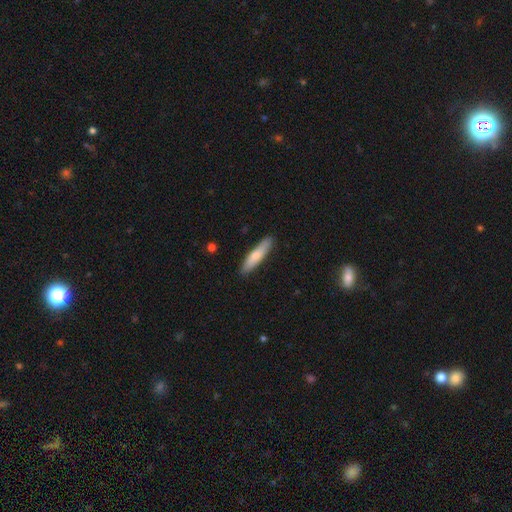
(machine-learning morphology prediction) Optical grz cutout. It shows a smooth galaxy with no disk features (74%) that is cigar-shaped (79%). Merging: none (88%).